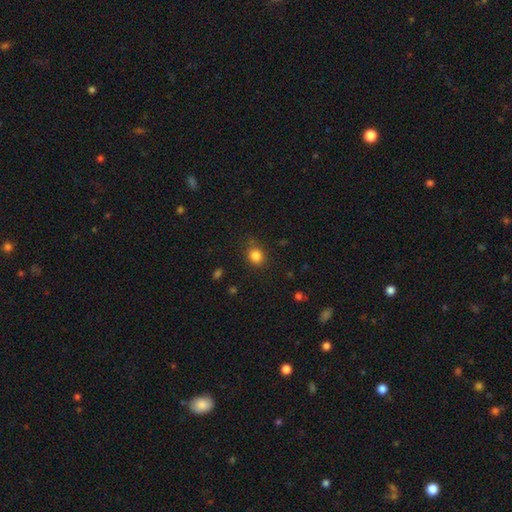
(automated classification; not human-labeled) smooth 84%, star or artifact 12%, featured or disk 5%. Down the decision tree: how rounded — round (78%); merging — none (82%).